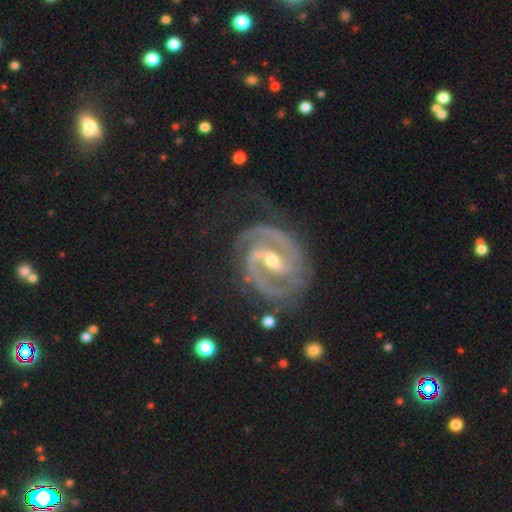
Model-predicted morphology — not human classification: smooth_or_featured: featured or disk (p=0.93) [alt: star or artifact p=0.04]
disk_edge_on: no (p=0.98) [alt: yes p=0.02]
bar: strong (p=0.53) [alt: weak p=0.36]
has_spiral_arms: yes (p=0.98) [alt: no p=0.02]
spiral_winding: tight (p=0.52) [alt: medium p=0.42]
spiral_arm_count: 2 (p=0.81) [alt: 3 p=0.09]
bulge_size: moderate (p=0.56) [alt: small p=0.40]
merging: none (p=0.69) [alt: minor disturbance p=0.19]